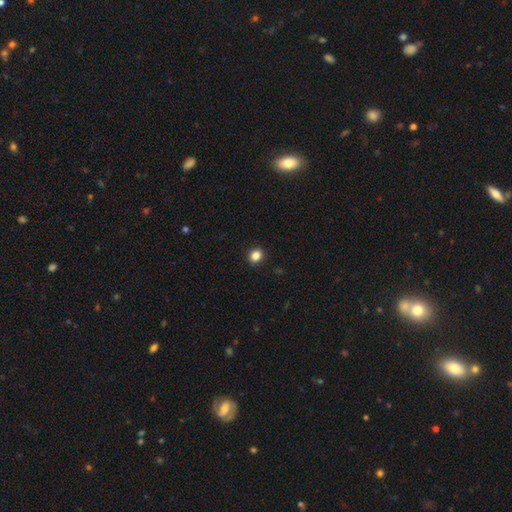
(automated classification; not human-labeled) This is clearly a smooth galaxy (85%). How rounded: likely round (71%). Merging: clearly none (92%).